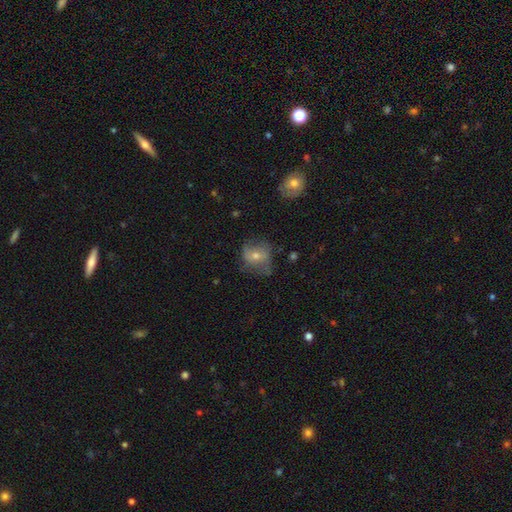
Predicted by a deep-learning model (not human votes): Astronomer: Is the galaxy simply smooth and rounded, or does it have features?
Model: featured or disk — 52% (runner-up: smooth, 34%).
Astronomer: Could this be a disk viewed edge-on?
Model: no — 95%.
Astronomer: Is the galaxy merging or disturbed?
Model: none — 59%.